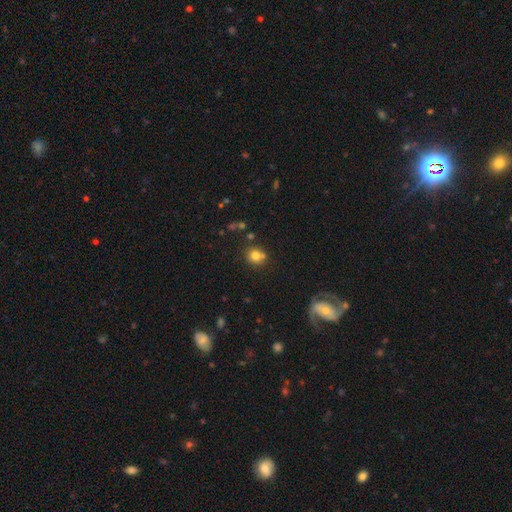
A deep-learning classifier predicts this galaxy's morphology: Smooth or featured? smooth (77%)
How rounded? round (84%)
Merging? none (66%)